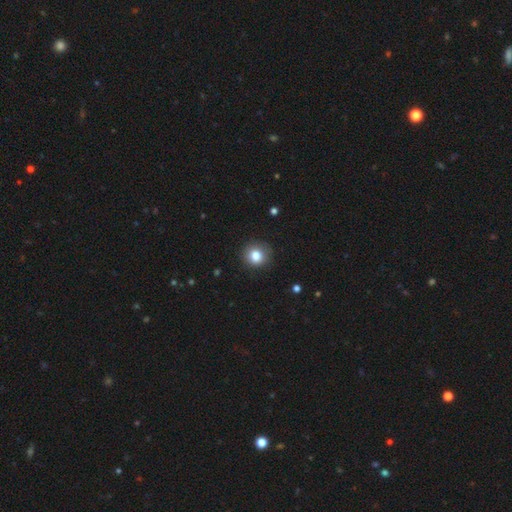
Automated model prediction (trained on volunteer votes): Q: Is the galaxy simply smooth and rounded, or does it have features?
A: smooth — 82%.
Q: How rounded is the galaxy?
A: round — 89%.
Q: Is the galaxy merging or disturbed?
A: none — 86%.